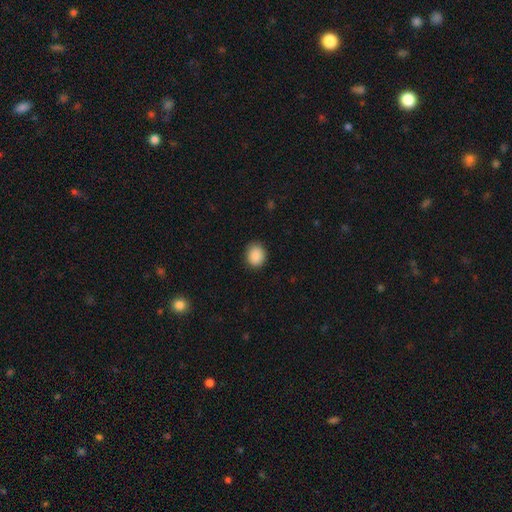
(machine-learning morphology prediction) Smooth or featured: smooth — 89% (star or artifact — 8%)
How rounded: round — 69% (in between — 30%)
Merging: none — 87% (minor disturbance — 9%)